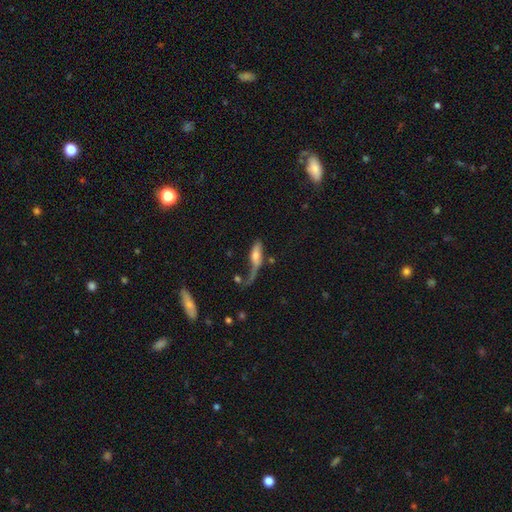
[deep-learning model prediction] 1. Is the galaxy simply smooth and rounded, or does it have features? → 48% smooth, 43% featured or disk, 9% star or artifact.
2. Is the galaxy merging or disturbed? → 41% major disturbance, 25% none, 18% minor disturbance, 16% merger.